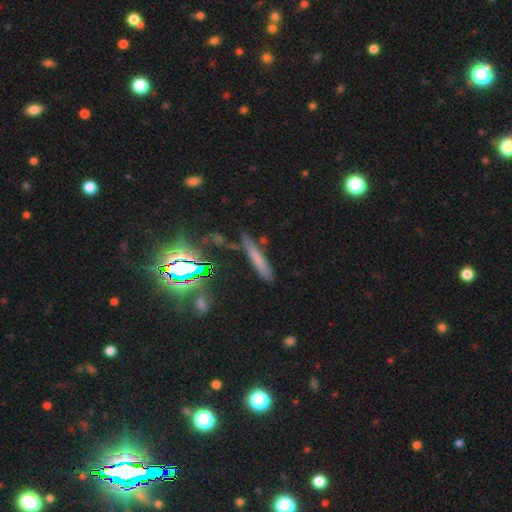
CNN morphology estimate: smooth_or_featured: smooth (p=0.55) [alt: star or artifact p=0.24]
how_rounded: cigar-shaped (p=0.88) [alt: in between p=0.08]
merging: none (p=0.74) [alt: minor disturbance p=0.17]